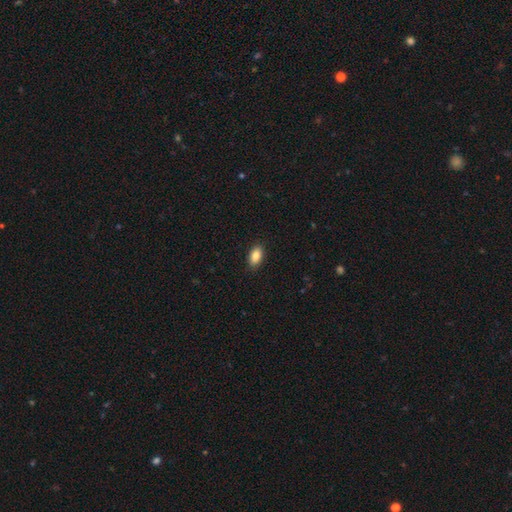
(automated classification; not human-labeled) Smooth or featured?
  - smooth: 86% *
  - star or artifact: 7%
  - featured or disk: 7%
How rounded?
  - in between: 92% *
  - round: 5%
  - cigar-shaped: 3%
Merging?
  - none: 89% *
  - minor disturbance: 8%
  - major disturbance: 2%
  - merger: 1%